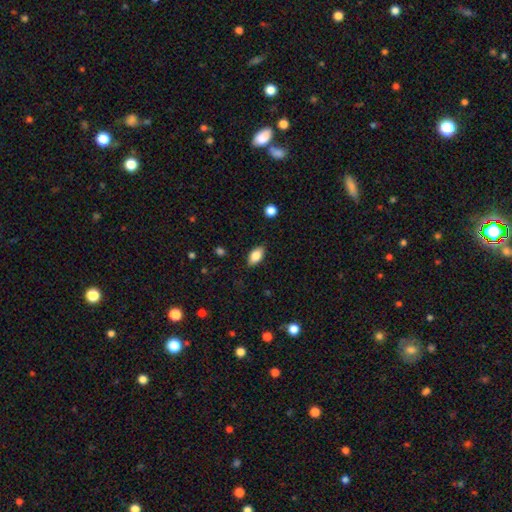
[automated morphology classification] This appears to be a smooth galaxy with no disk features (83%) that is in between round and cigar-shaped (91%). Merging: none (85%).